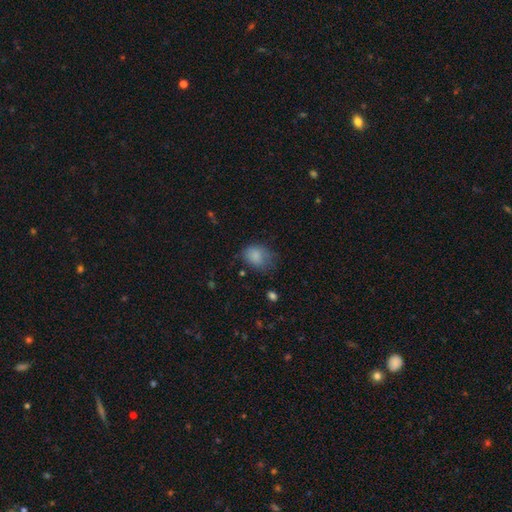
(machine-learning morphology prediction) Smooth or featured: smooth — 82% (star or artifact — 10%)
How rounded: in between — 61% (round — 38%)
Merging: none — 48% (minor disturbance — 34%)